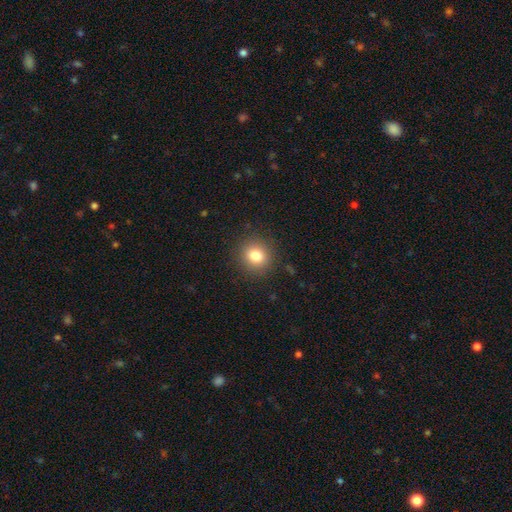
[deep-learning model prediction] Smooth or featured? smooth (81%)
How rounded? round (89%)
Merging? none (90%)